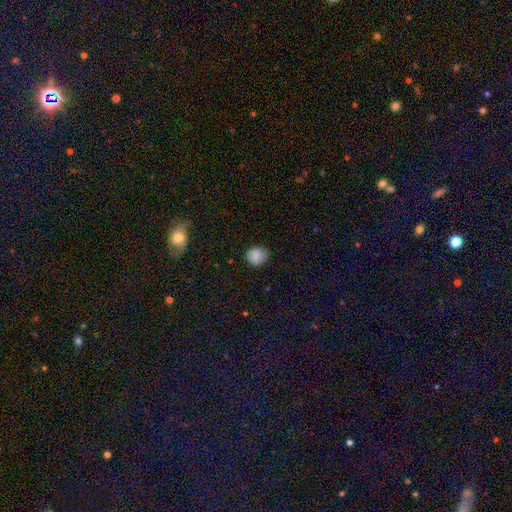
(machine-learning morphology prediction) This appears to be a smooth galaxy with no disk features (86%) that is round (76%). Merging: none (75%).